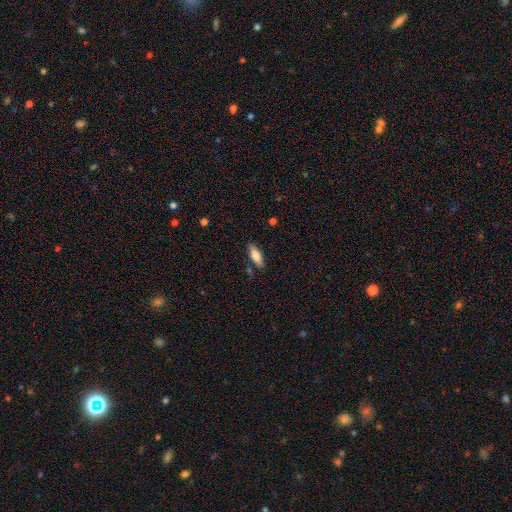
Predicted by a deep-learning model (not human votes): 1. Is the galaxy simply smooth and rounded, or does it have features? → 73% smooth, 21% featured or disk, 6% star or artifact.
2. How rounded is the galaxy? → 62% in between, 36% cigar-shaped, 2% round.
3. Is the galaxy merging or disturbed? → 82% none, 13% minor disturbance, 3% major disturbance, 3% merger.